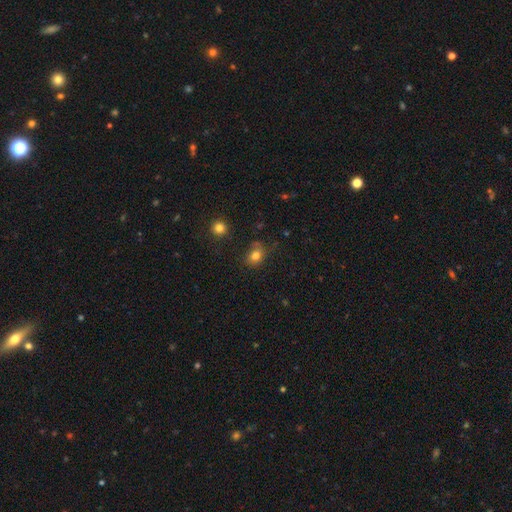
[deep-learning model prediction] This is likely a smooth galaxy (79%). How rounded: possibly in between (51%). Merging: likely none (63%).